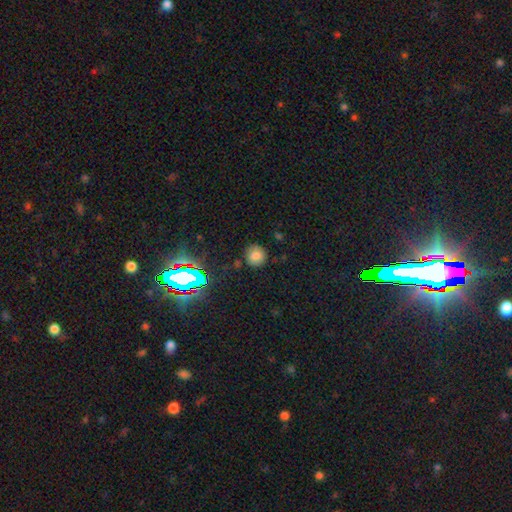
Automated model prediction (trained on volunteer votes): smooth 75%, star or artifact 18%, featured or disk 8%. Down the decision tree: how rounded — round (89%); merging — none (82%).